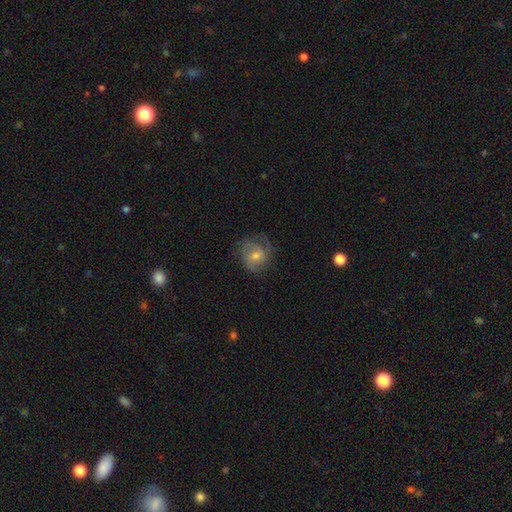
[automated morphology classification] This appears to be a featured or disk galaxy (53%) with no bar (62%), spiral arms (84%) and a moderate central bulge (58%). Merging: none (64%).